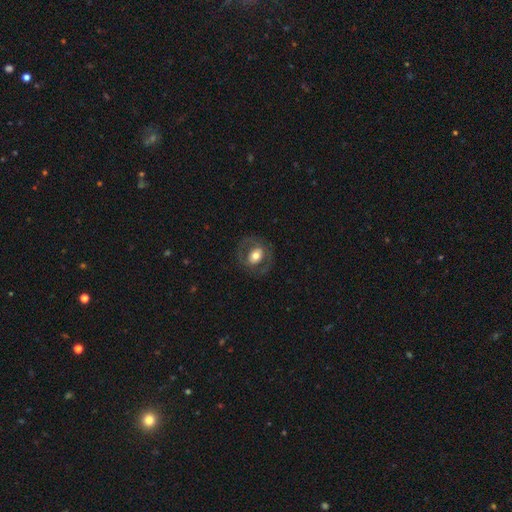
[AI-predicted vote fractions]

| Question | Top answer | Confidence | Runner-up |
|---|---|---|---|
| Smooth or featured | smooth | 47% | featured or disk (46%) |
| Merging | none | 77% | minor disturbance (12%) |